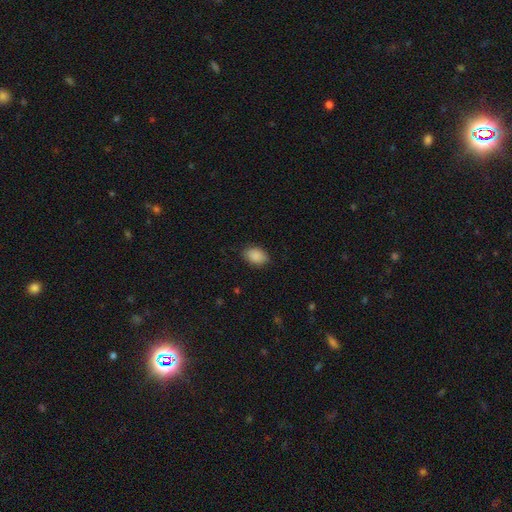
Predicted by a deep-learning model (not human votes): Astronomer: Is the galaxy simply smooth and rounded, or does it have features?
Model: smooth — 89%.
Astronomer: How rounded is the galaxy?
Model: in between — 80%.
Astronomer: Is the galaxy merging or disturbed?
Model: none — 82%.